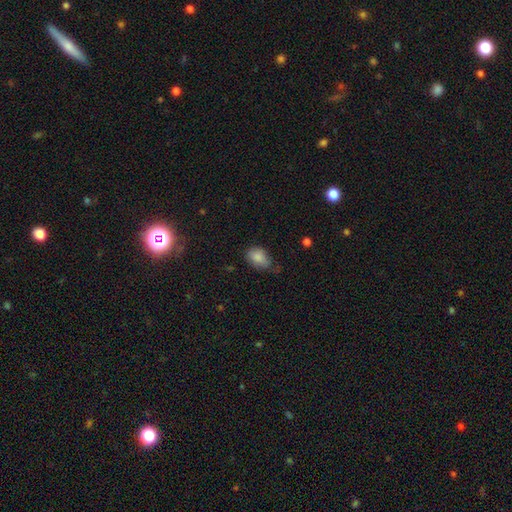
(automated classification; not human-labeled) A smooth galaxy with no disk features (84%) that is in between round and cigar-shaped (84%). Merging: none (51%).